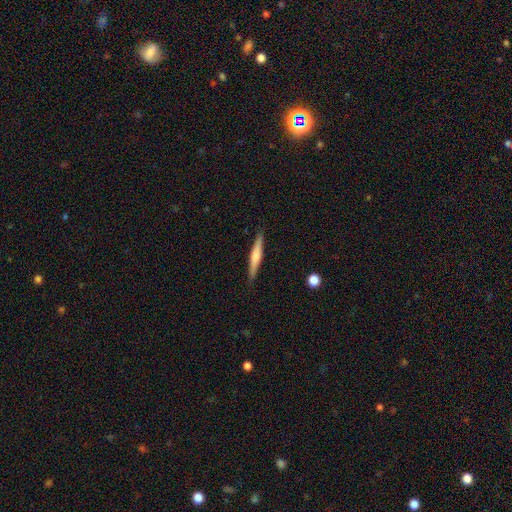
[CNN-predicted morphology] smooth-or-featured: featured or disk: 50% | smooth: 45% | star or artifact: 6%
  merging: none: 90% | minor disturbance: 8% | major disturbance: 2% | merger: 1%